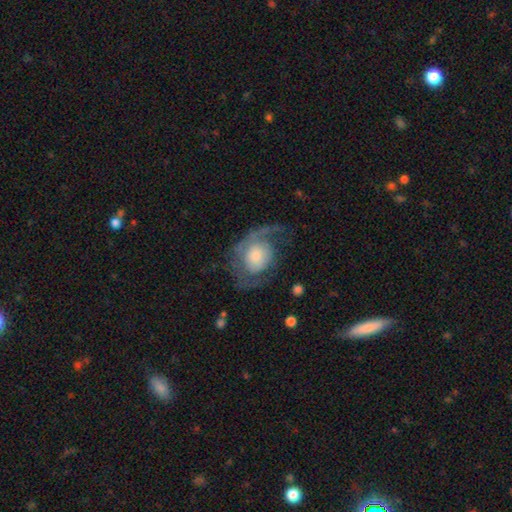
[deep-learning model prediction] Smooth or featured? featured or disk (70%)
Edge-on disk? no (97%)
Bar? no (77%)
Spiral arms? yes (84%)
Spiral winding? medium (40%)
Spiral arm count? 2 (62%)
Bulge size? moderate (35%)
Merging? none (53%)